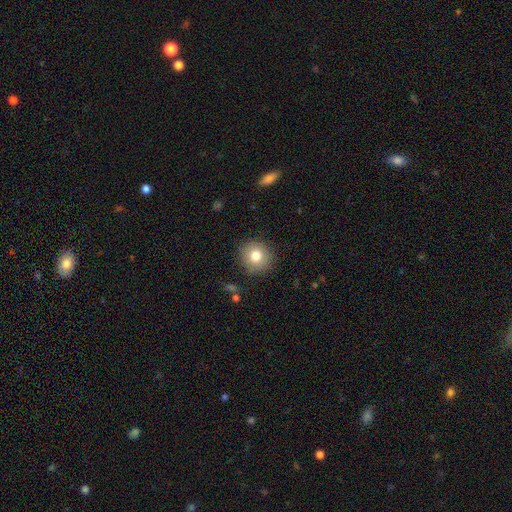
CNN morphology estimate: smooth-or-featured: smooth: 79% | featured or disk: 11% | star or artifact: 10%
  how-rounded: round: 91% | in between: 8% | cigar-shaped: 1%
  merging: none: 89% | minor disturbance: 7% | major disturbance: 2% | merger: 1%